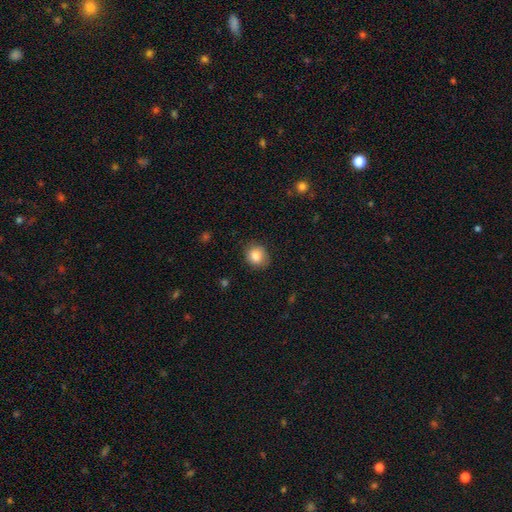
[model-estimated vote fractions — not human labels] Smooth or featured? smooth (82%)
How rounded? round (76%)
Merging? none (84%)